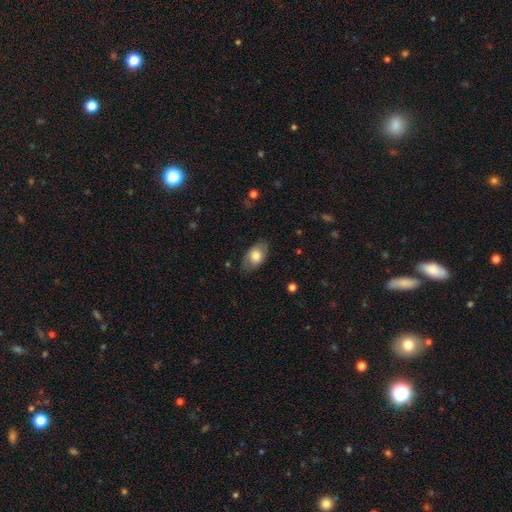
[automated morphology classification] smooth-or-featured: smooth: 73% | featured or disk: 21% | star or artifact: 6%
  how-rounded: in between: 90% | round: 8% | cigar-shaped: 2%
  merging: none: 77% | minor disturbance: 17% | major disturbance: 5% | merger: 1%